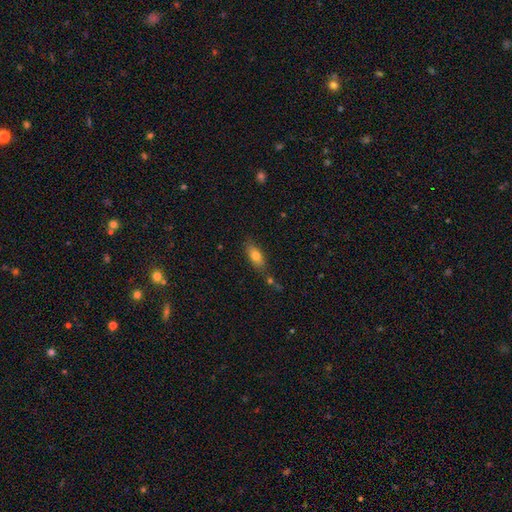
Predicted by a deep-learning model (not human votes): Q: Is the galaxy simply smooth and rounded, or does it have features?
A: smooth — 77%.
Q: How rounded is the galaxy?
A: in between — 81%.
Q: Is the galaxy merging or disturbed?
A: none — 71%.